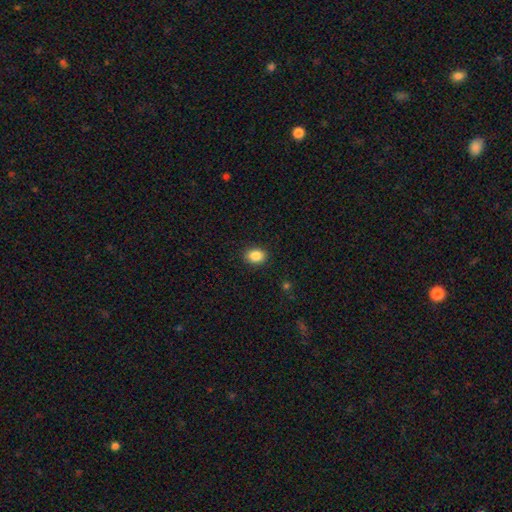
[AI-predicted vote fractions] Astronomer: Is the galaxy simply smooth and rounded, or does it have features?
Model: smooth — 87%.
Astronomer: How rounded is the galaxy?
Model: in between — 60% (runner-up: round, 39%).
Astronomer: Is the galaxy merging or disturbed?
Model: none — 90%.